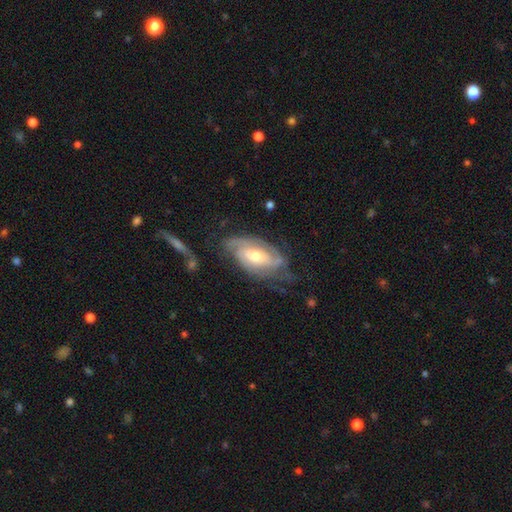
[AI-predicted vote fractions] Morphology: type=featured or disk (82%); edge-on=no (93%); bar=no (50%); spiral arms=yes (94%); winding=tight (55%); arm count=2 (44%); bulge=moderate (62%); merging=none (63%).